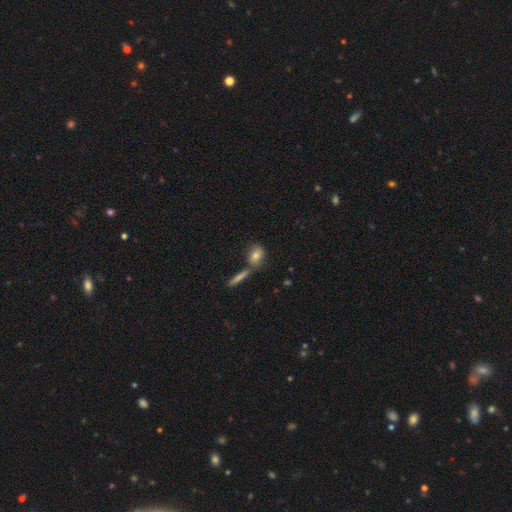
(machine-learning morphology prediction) A smooth galaxy with no disk features (77%) that is in between round and cigar-shaped (62%). Merging: none (60%).